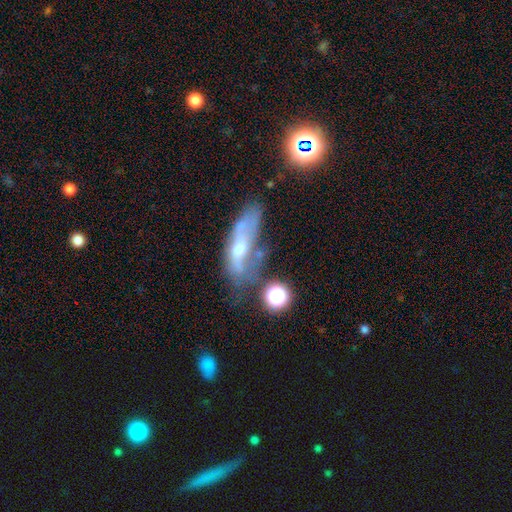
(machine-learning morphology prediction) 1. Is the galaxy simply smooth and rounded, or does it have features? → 52% featured or disk, 31% smooth, 17% star or artifact.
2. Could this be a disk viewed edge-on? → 56% no, 44% yes.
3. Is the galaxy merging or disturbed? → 50% none, 19% merger, 19% minor disturbance, 12% major disturbance.